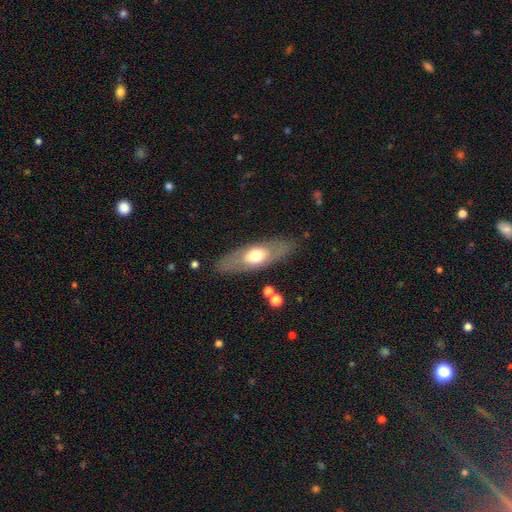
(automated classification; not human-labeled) Smooth or featured? Predicted: featured or disk (p=0.47, tied with smooth). Merging? Predicted: none (p=0.82).